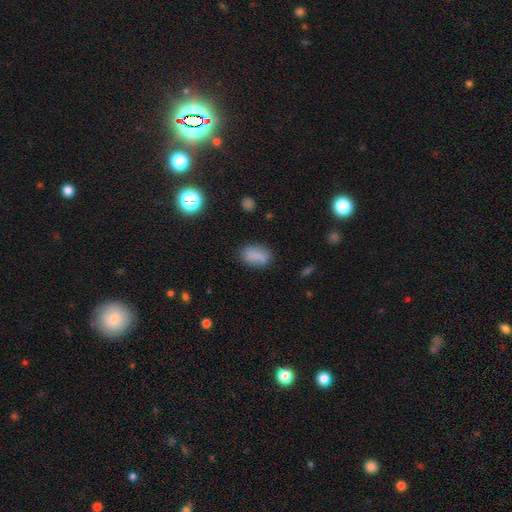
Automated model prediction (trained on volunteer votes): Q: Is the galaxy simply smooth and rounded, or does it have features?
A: smooth — 82%.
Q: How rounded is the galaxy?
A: in between — 89%.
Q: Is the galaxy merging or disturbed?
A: none — 75%.